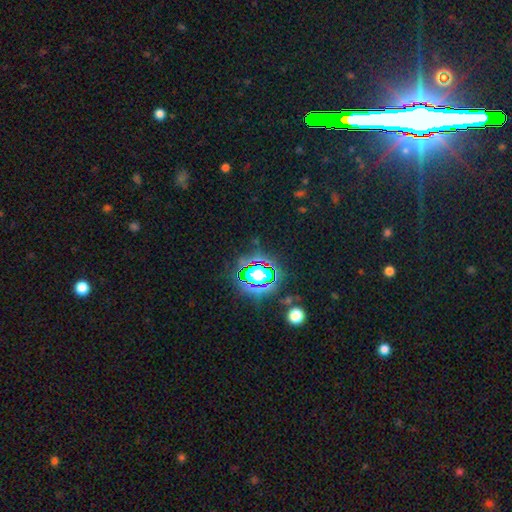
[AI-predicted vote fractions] Overall: star or artifact (83%).